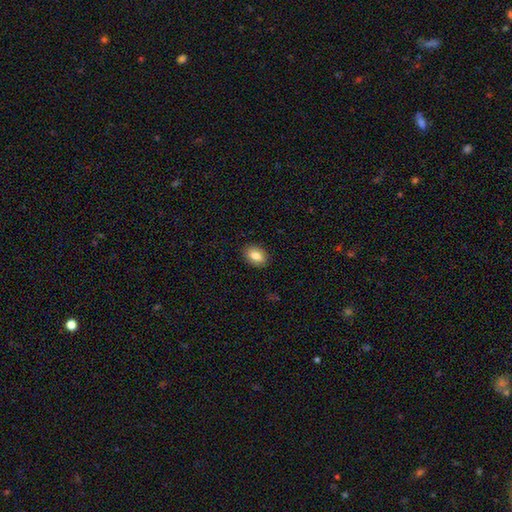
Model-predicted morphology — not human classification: The model was most divided on "how rounded": in between: 80%, round: 19%, cigar-shaped: 1%. More confident: merging — none (89%); smooth or featured — smooth (83%).